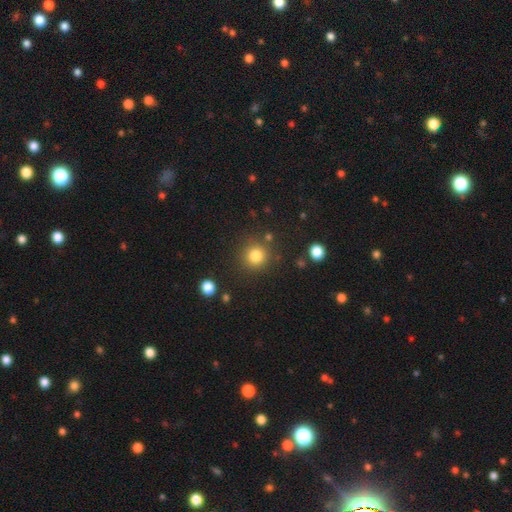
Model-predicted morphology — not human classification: Smooth or featured?
  - smooth: 82% *
  - star or artifact: 12%
  - featured or disk: 6%
How rounded?
  - round: 93% *
  - in between: 6%
  - cigar-shaped: 1%
Merging?
  - none: 85% *
  - minor disturbance: 8%
  - merger: 4%
  - major disturbance: 3%